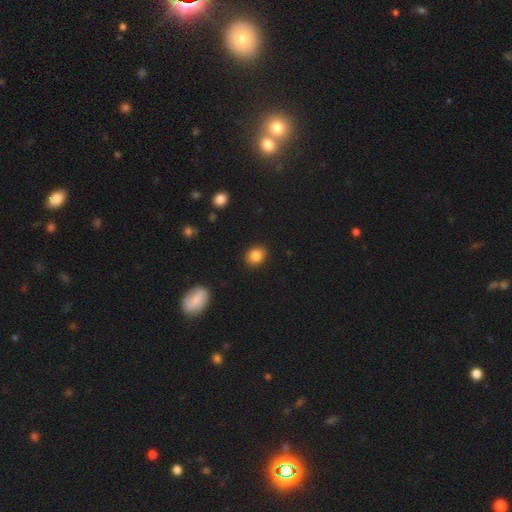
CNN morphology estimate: smooth 85%, star or artifact 10%, featured or disk 6%. Down the decision tree: how rounded — round (52%); merging — none (89%).